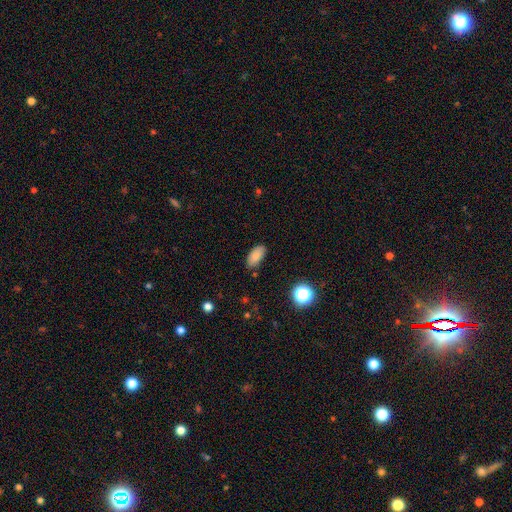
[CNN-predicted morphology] The model was most divided on "merging": none: 83%, minor disturbance: 13%, major disturbance: 3%, merger: 2%. More confident: how rounded — in between (91%); smooth or featured — smooth (84%).